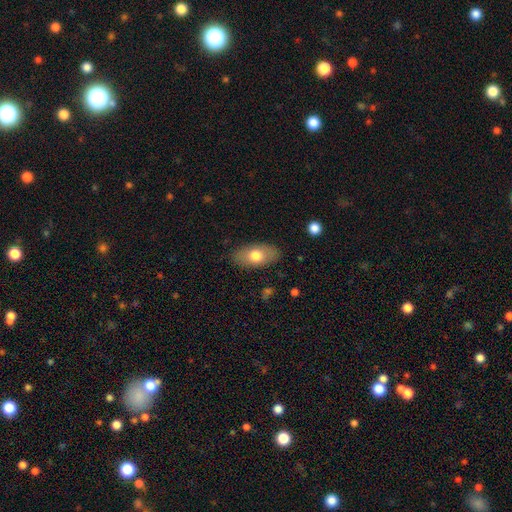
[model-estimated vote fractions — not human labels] smooth_or_featured: smooth (p=0.72) [alt: featured or disk p=0.22]
how_rounded: in between (p=0.91) [alt: round p=0.05]
merging: none (p=0.85) [alt: minor disturbance p=0.11]